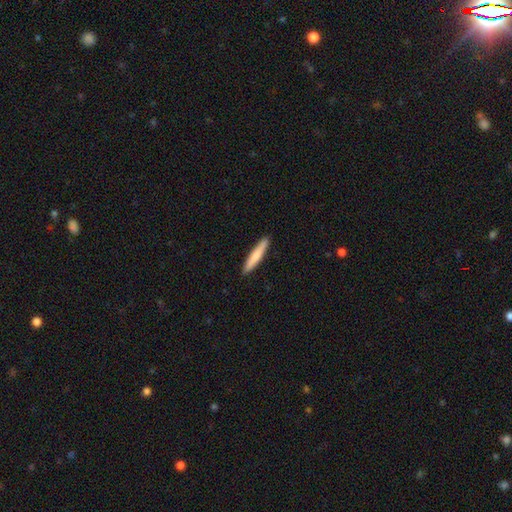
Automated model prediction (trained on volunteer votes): Smooth or featured?
  - smooth: 74% *
  - featured or disk: 21%
  - star or artifact: 5%
How rounded?
  - cigar-shaped: 93% *
  - in between: 6%
  - round: 1%
Merging?
  - none: 91% *
  - minor disturbance: 6%
  - major disturbance: 1%
  - merger: 1%